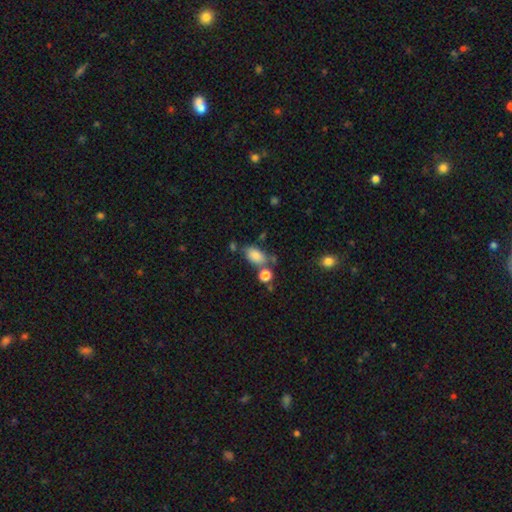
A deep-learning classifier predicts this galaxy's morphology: Smooth or featured? Predicted: smooth (p=0.83). How rounded? Predicted: in between (p=0.89). Merging? Predicted: none (p=0.62).